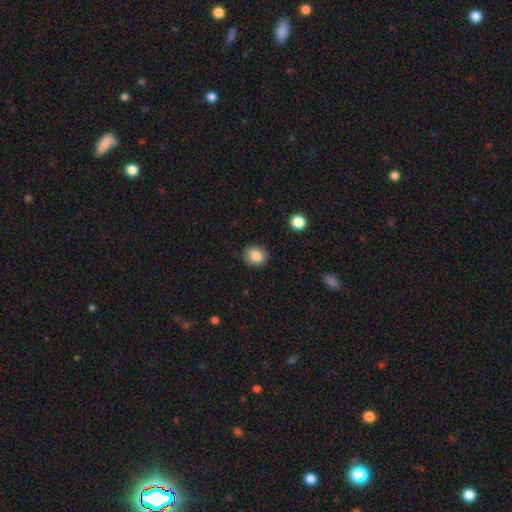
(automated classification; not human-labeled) Overall: smooth (84%). How rounded: round (64%; in between 35%). Merging: none (88%).